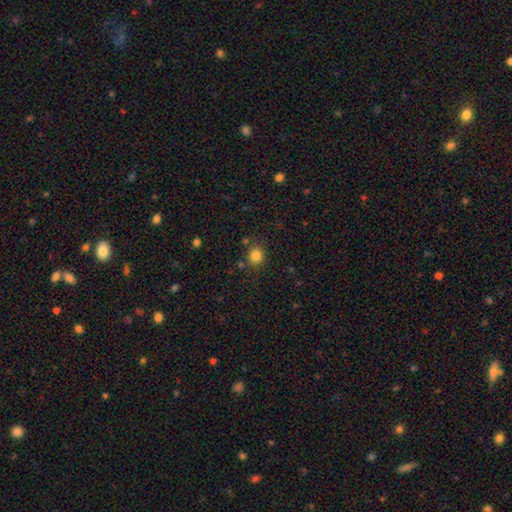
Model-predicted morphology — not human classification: This appears to be a smooth galaxy with no disk features (83%) that is round (79%). Merging: none (79%).